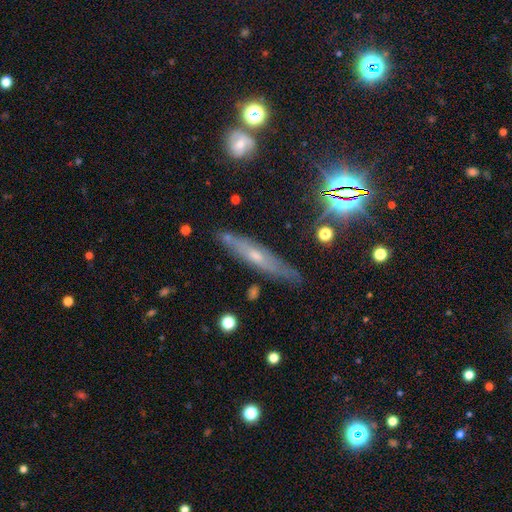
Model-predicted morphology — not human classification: Smooth or featured? featured or disk (59%)
Edge-on disk? yes (77%)
Merging? none (79%)